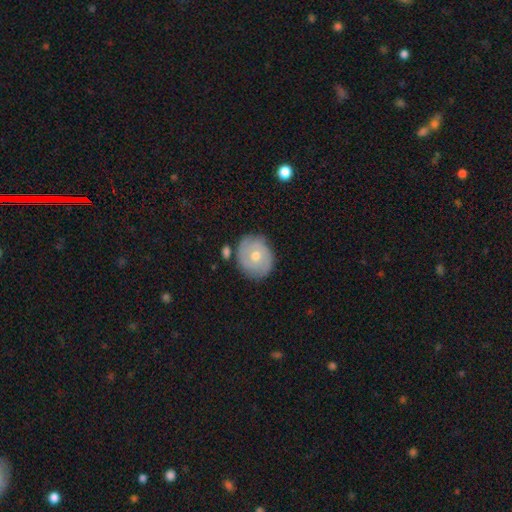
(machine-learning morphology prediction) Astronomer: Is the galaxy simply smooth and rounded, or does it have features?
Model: featured or disk — 57% (runner-up: smooth, 36%).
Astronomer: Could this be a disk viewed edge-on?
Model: no — 96%.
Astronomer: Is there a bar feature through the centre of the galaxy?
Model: no — 81%.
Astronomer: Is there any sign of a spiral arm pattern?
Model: yes — 70%.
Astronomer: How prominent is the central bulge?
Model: moderate — 68%.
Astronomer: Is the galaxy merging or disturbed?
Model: none — 79%.